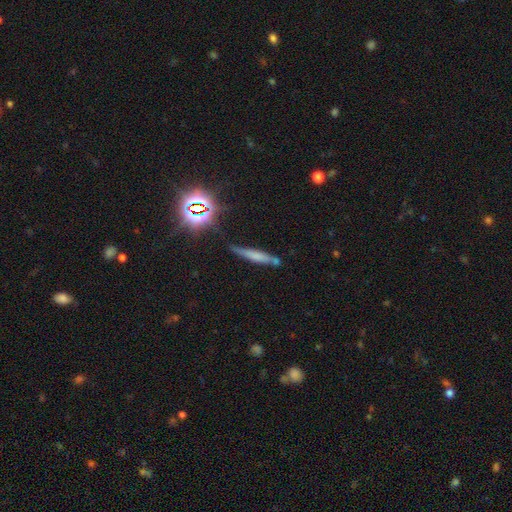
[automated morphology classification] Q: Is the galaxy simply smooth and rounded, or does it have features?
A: smooth — 51%.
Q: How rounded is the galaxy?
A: cigar-shaped — 89%.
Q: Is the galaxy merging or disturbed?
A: none — 68%.